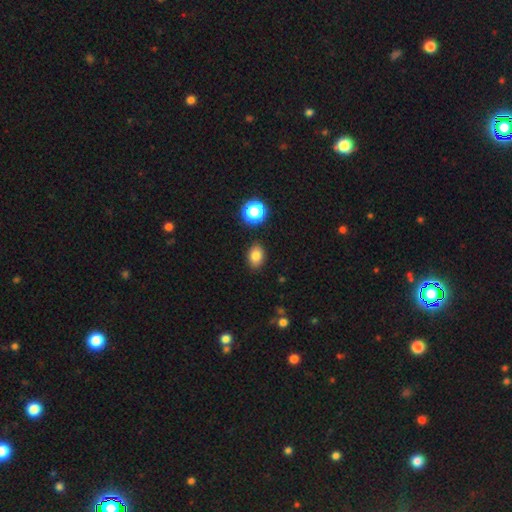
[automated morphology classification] Smooth or featured? Predicted: smooth (p=0.82). How rounded? Predicted: in between (p=0.74). Merging? Predicted: none (p=0.86).